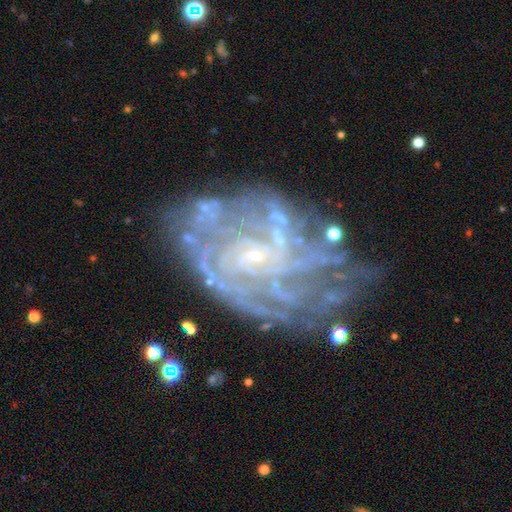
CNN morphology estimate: smooth-or-featured: featured or disk: 85% | star or artifact: 8% | smooth: 7%
  disk-edge-on: no: 97% | yes: 3%
    bar: no: 69% | weak: 24% | strong: 7%
    has-spiral-arms: yes: 90% | no: 10%
      spiral-winding: tight: 66% | medium: 26% | loose: 8%
      spiral-arm-count: can't tell: 35% | more than 4: 19% | 4: 19% | 3: 11% | 2: 9% | 1: 7%
    bulge-size: small: 82% | none: 8% | moderate: 8% | large: 1% | dominant: 1%
  merging: none: 59% | minor disturbance: 22% | major disturbance: 16% | merger: 4%